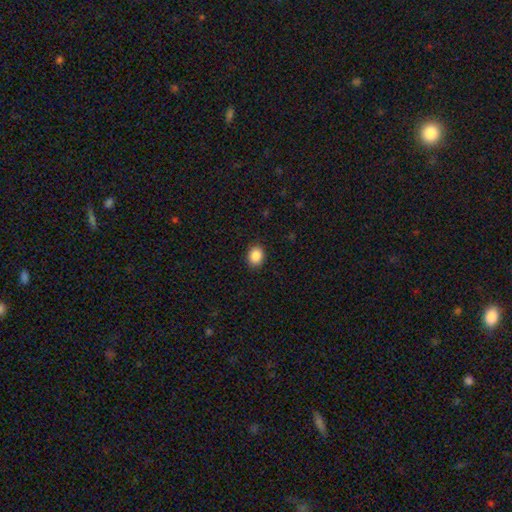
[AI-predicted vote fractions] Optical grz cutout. It shows a smooth galaxy with no disk features (88%) that is round (54%). Merging: none (89%).